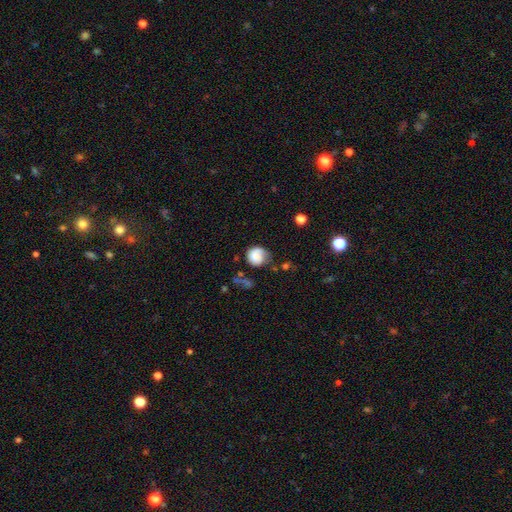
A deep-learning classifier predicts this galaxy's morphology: type=smooth (71%); roundness=round (80%); merging=none (51%).